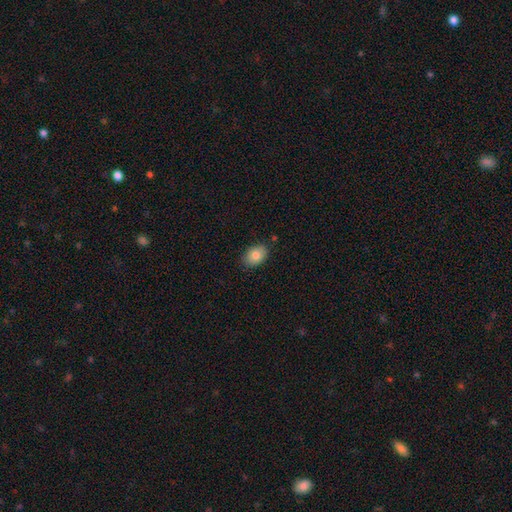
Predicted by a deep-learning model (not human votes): Morphology: type=smooth (83%); roundness=in between (81%); merging=none (85%).